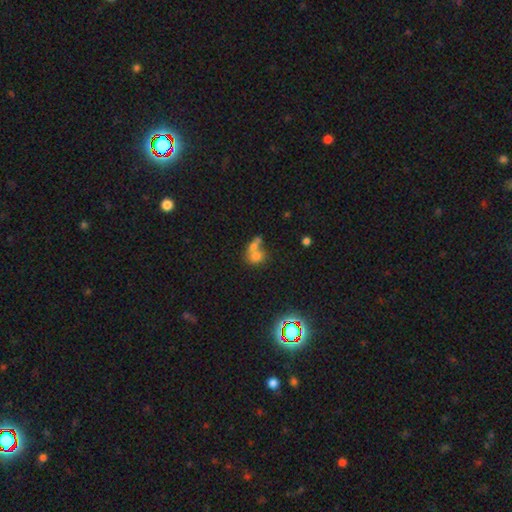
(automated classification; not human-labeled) smooth_or_featured: smooth (p=0.68) [alt: featured or disk p=0.17]
how_rounded: round (p=0.61) [alt: in between p=0.37]
merging: merger (p=0.61) [alt: none p=0.27]